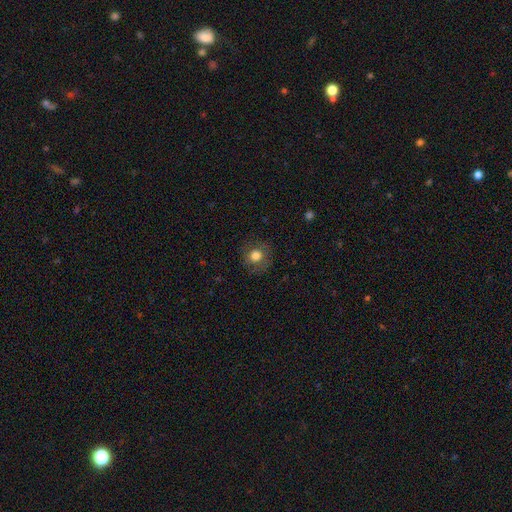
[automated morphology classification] Q: Smooth or featured?
A: smooth (76%); runner-up: featured or disk (13%)
Q: How rounded?
A: round (89%); runner-up: in between (10%)
Q: Merging?
A: none (83%); runner-up: minor disturbance (11%)